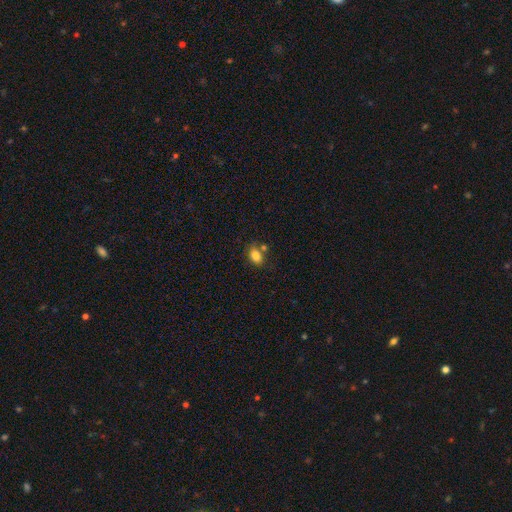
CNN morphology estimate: A smooth galaxy with no disk features (82%) that is in between round and cigar-shaped (74%).

Vote fractions:
- Smooth or featured? smooth: 82% / star or artifact: 10% / featured or disk: 8%
- How rounded? in between: 74% / round: 25% / cigar-shaped: 1%
- Merging? none: 63% / minor disturbance: 16% / merger: 16% / major disturbance: 4%